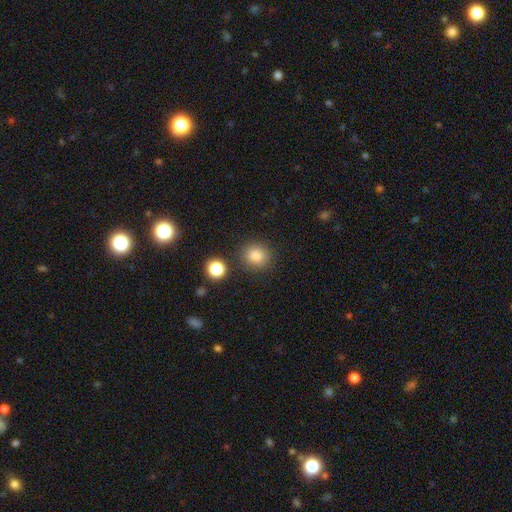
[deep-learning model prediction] Smooth or featured? smooth (82%)
How rounded? round (86%)
Merging? none (85%)